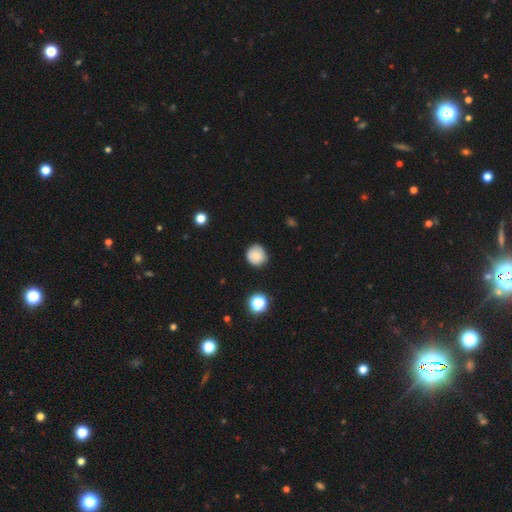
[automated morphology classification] Smooth or featured? smooth (75%)
How rounded? round (91%)
Merging? none (83%)